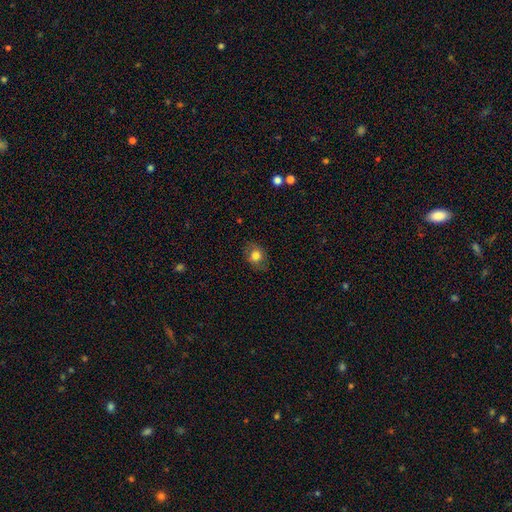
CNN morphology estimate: Q: Smooth or featured?
A: smooth (77%); runner-up: featured or disk (14%)
Q: How rounded?
A: in between (51%); runner-up: round (48%)
Q: Merging?
A: none (81%); runner-up: minor disturbance (14%)